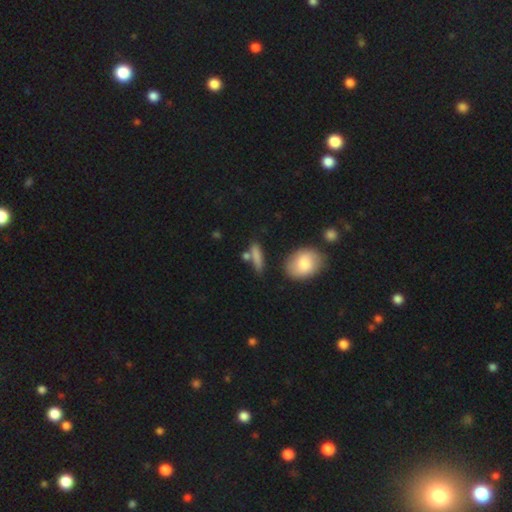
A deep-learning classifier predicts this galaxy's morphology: The model was most divided on "how rounded": cigar-shaped: 67%, in between: 27%, round: 7%. More confident: smooth or featured — smooth (77%); merging — none (69%).